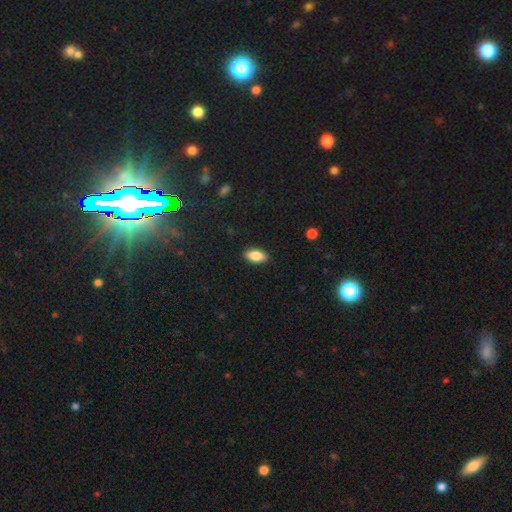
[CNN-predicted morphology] Smooth or featured?
  - smooth: 85% *
  - featured or disk: 8%
  - star or artifact: 7%
How rounded?
  - in between: 91% *
  - cigar-shaped: 6%
  - round: 3%
Merging?
  - none: 89% *
  - minor disturbance: 9%
  - major disturbance: 2%
  - merger: 1%